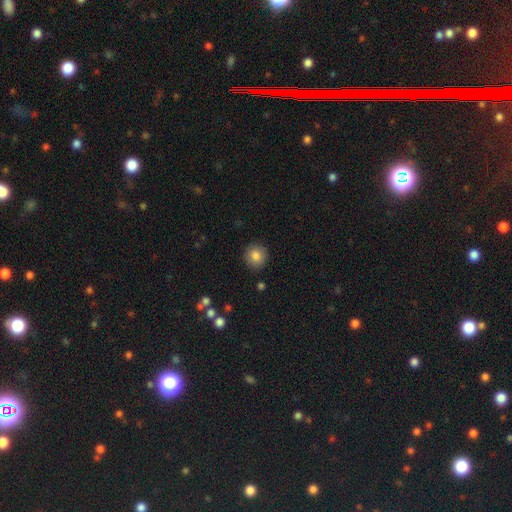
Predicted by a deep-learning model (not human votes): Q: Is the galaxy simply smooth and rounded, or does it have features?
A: smooth — 85%.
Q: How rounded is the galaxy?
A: round — 91%.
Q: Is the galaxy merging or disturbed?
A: none — 90%.